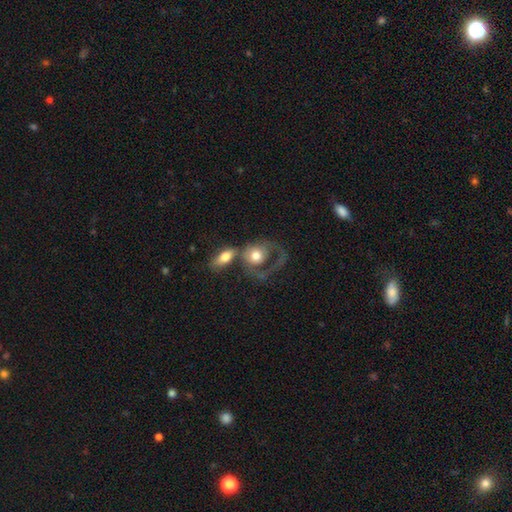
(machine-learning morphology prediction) A smooth galaxy with no disk features (53%) that is round (55%).

Vote fractions:
- Smooth or featured? smooth: 53% / featured or disk: 41% / star or artifact: 7%
- How rounded? round: 55% / in between: 43% / cigar-shaped: 2%
- Merging? merger: 42% / major disturbance: 27% / none: 20% / minor disturbance: 10%